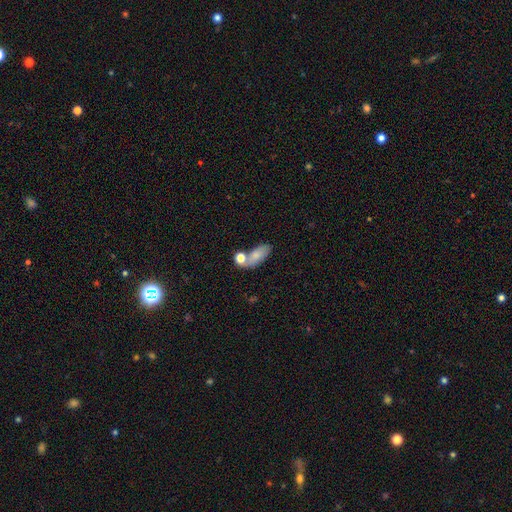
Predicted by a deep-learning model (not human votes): This appears to be a smooth galaxy with no disk features (75%) that is in between round and cigar-shaped (83%). Merging: none (47%).